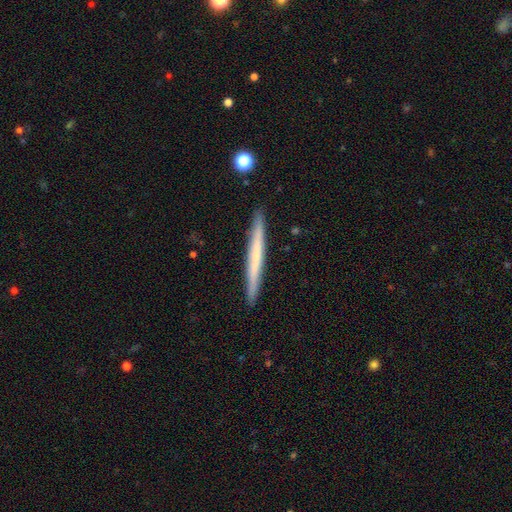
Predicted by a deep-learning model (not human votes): A featured or disk galaxy (48%). Merging: none (92%).